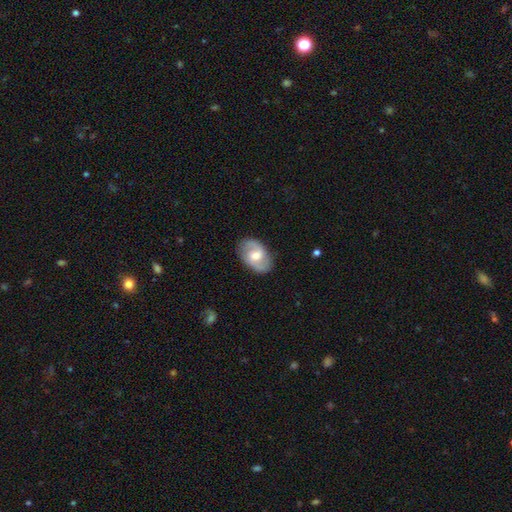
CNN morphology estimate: Smooth or featured? Predicted: featured or disk (p=0.70). Edge-on disk? Predicted: no (p=0.96). Bar? Predicted: weak (p=0.48). Spiral arms? Predicted: yes (p=0.88). Spiral winding? Predicted: medium (p=0.49). Spiral arm count? Predicted: 2 (p=0.88). Bulge size? Predicted: moderate (p=0.66). Merging? Predicted: none (p=0.83).